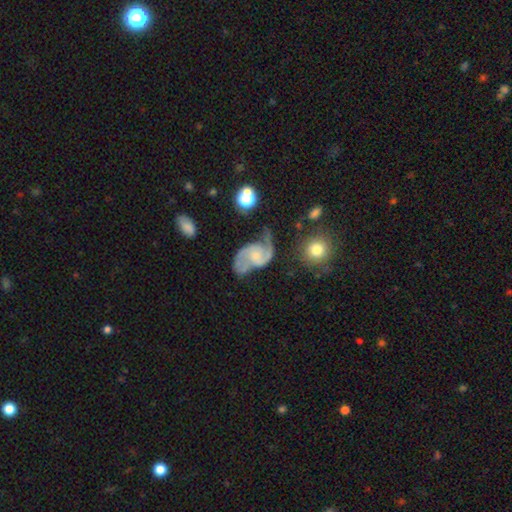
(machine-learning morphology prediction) Overall: featured or disk (89%). Edge-on disk: no (98%). Bar: no (59%; weak 35%). Spiral arms: yes (97%). Spiral arm count: 2 (91%). Spiral winding: medium (51%; loose 34%). Bulge size: small (56%; moderate 31%). Merging: none (49%; minor disturbance 25%).